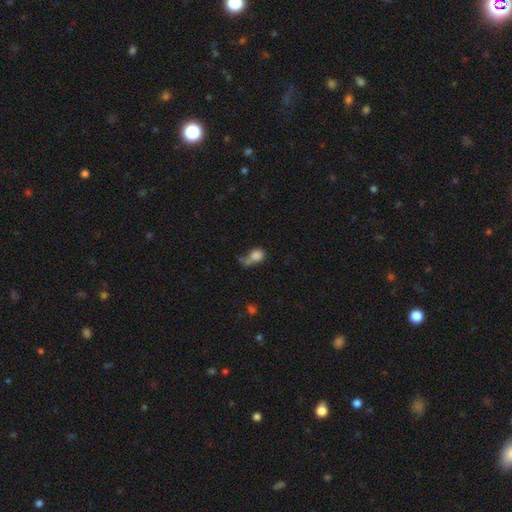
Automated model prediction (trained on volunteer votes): smooth 79%, star or artifact 11%, featured or disk 10%. Down the decision tree: how rounded — in between (53%); merging — none (31%).